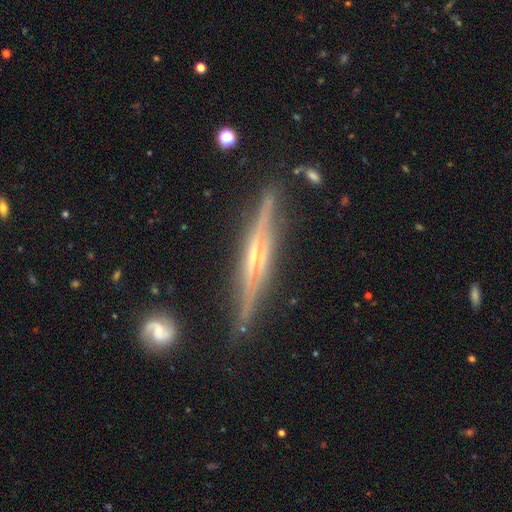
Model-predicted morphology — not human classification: A featured or disk galaxy (85%) viewed edge-on (97%) with a rounded central bulge (50%).

Vote fractions:
- Smooth or featured? featured or disk: 85% / smooth: 9% / star or artifact: 6%
- Edge-on disk? yes: 97% / no: 3%
- Edge-on bulge? rounded: 50% / none: 30% / boxy: 19%
- Merging? none: 83% / minor disturbance: 12% / major disturbance: 3% / merger: 2%